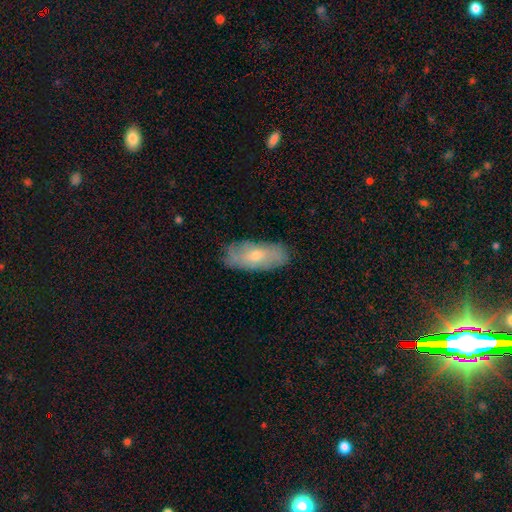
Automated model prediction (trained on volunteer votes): Smooth or featured? Predicted: smooth (p=0.54). How rounded? Predicted: in between (p=0.84). Merging? Predicted: none (p=0.77).